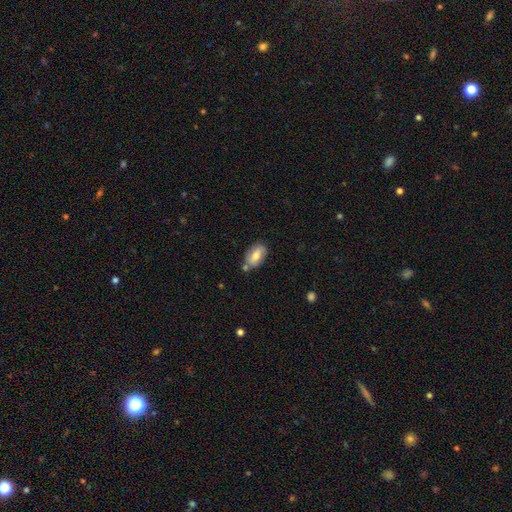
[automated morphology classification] type=smooth (72%); roundness=in between (92%); merging=none (68%).